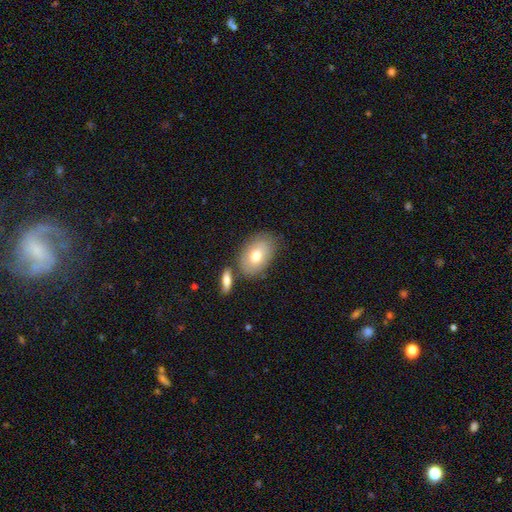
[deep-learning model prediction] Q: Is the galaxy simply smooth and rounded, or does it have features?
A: smooth — 72%.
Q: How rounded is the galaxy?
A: in between — 87%.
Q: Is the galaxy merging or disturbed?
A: none — 70%.